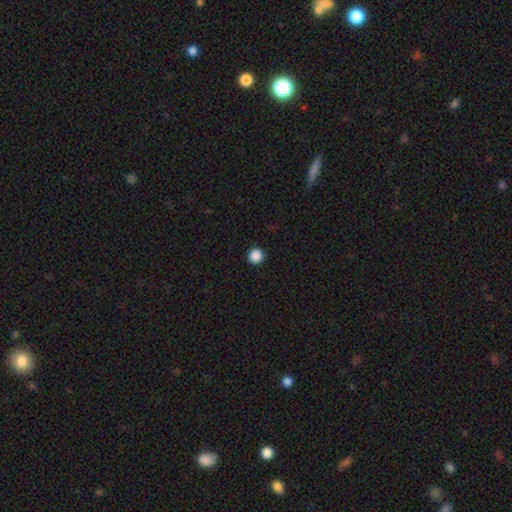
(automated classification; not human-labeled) Smooth or featured? Predicted: smooth (p=0.88). How rounded? Predicted: round (p=0.96). Merging? Predicted: none (p=0.94).